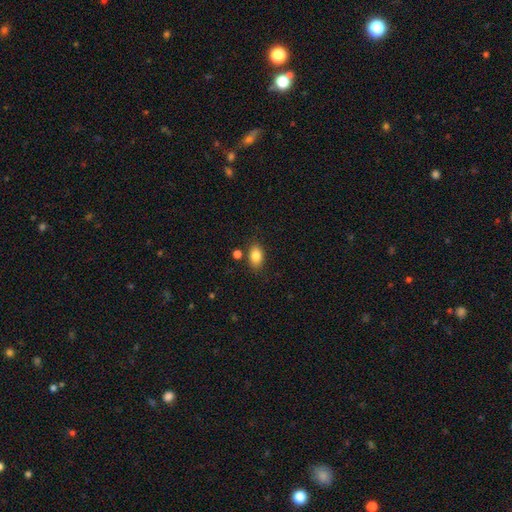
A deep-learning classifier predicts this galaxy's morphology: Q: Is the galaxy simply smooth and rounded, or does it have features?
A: smooth — 85%.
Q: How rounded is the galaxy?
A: in between — 84%.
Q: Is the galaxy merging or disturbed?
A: none — 79%.